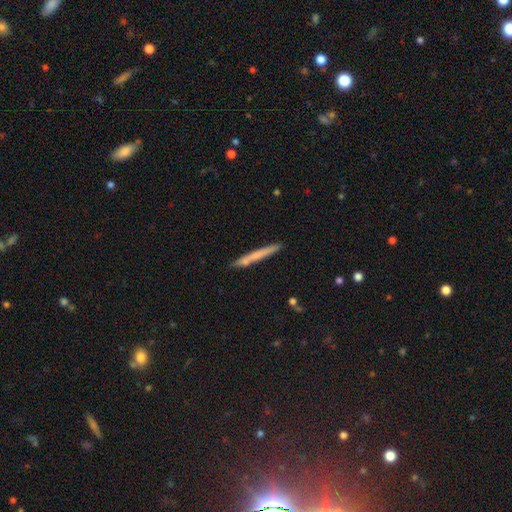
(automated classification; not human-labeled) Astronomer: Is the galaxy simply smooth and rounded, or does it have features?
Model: smooth — 63%.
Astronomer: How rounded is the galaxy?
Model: cigar-shaped — 97%.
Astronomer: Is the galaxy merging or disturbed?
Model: none — 85%.